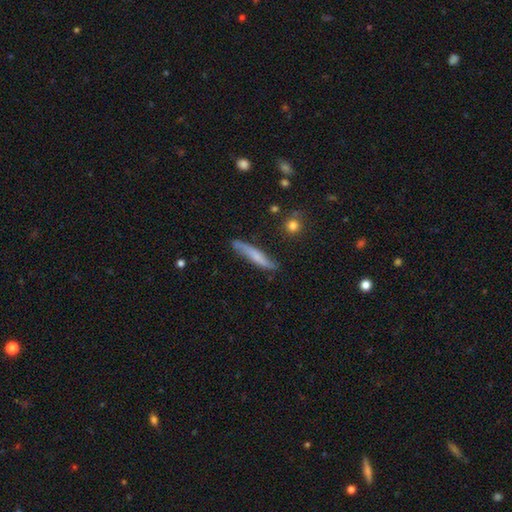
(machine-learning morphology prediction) Smooth or featured? smooth (53%)
How rounded? cigar-shaped (89%)
Merging? none (72%)